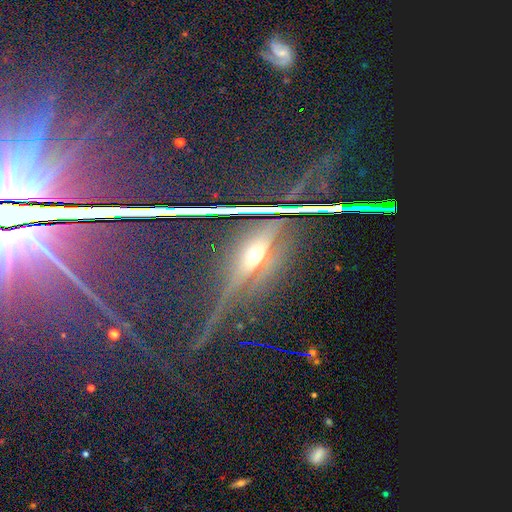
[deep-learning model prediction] Smooth or featured? Predicted: featured or disk (p=0.43). Merging? Predicted: none (p=0.77).